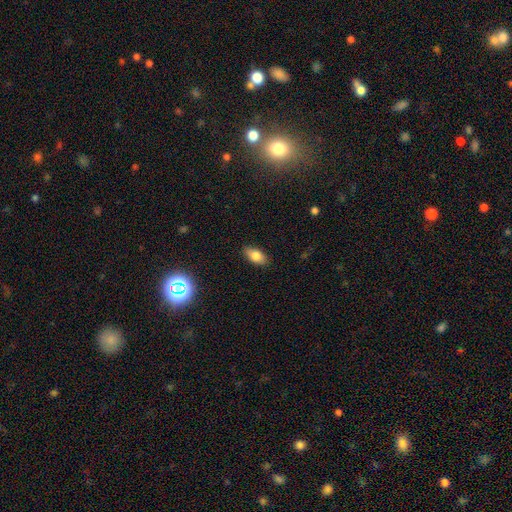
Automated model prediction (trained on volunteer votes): Smooth or featured? Predicted: smooth (p=0.79). How rounded? Predicted: in between (p=0.89). Merging? Predicted: none (p=0.86).